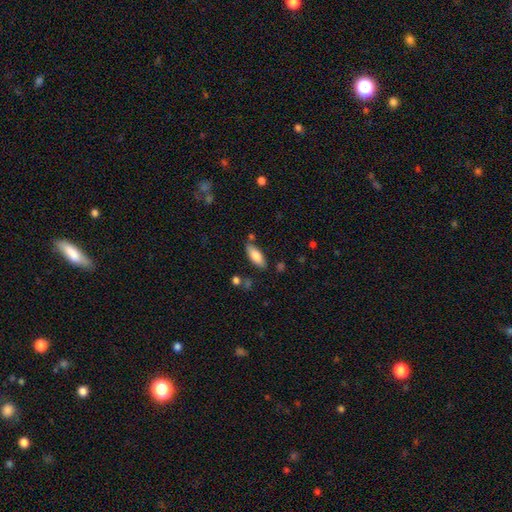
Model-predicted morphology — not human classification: This appears to be a smooth galaxy with no disk features (80%) that is in between round and cigar-shaped (73%). Merging: none (78%).